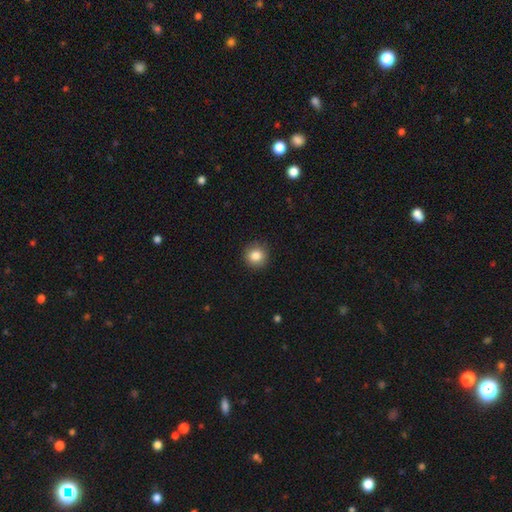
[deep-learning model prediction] This is clearly a smooth galaxy (85%). How rounded: clearly round (93%). Merging: clearly none (90%).